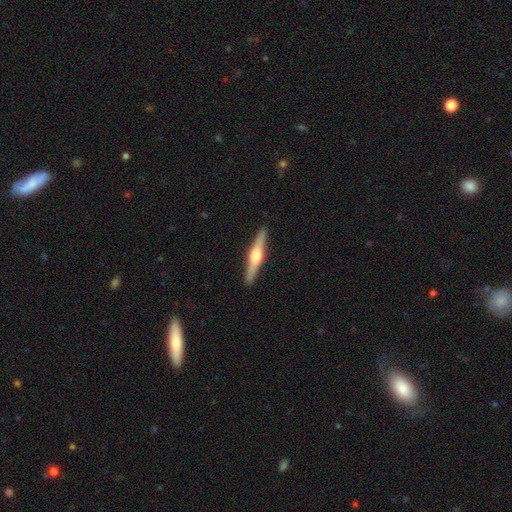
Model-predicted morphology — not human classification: Smooth or featured?
  - featured or disk: 71% *
  - smooth: 25%
  - star or artifact: 5%
Edge-on disk?
  - yes: 98% *
  - no: 2%
Edge-on bulge?
  - rounded: 92% *
  - boxy: 5%
  - none: 3%
Merging?
  - none: 92% *
  - minor disturbance: 6%
  - major disturbance: 1%
  - merger: 1%